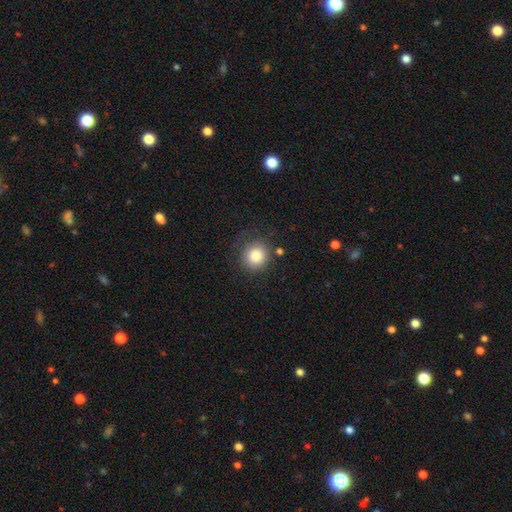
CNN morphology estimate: Overall: smooth (83%). How rounded: round (88%). Merging: none (77%).